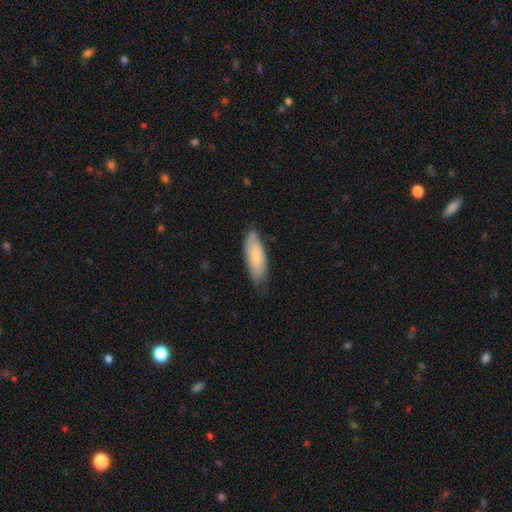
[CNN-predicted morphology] Smooth or featured? Predicted: smooth (p=0.69). How rounded? Predicted: in between (p=0.65). Merging? Predicted: none (p=0.65).